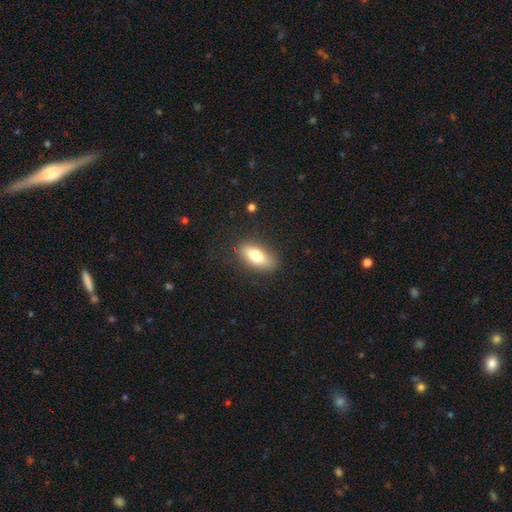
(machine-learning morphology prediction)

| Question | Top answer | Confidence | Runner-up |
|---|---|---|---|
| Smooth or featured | smooth | 76% | featured or disk (17%) |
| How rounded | in between | 83% | cigar-shaped (13%) |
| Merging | none | 85% | minor disturbance (11%) |